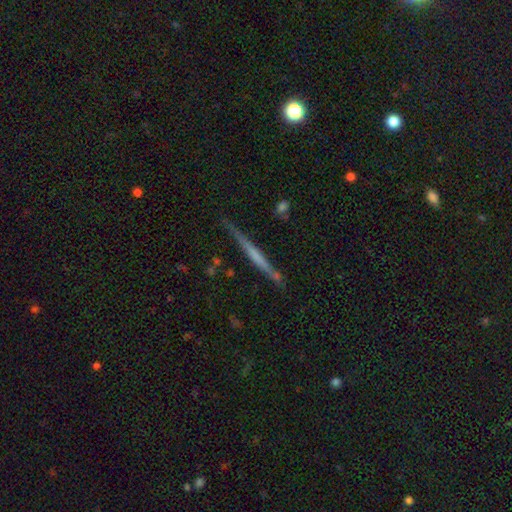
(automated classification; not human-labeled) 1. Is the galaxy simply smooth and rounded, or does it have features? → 59% featured or disk, 35% smooth, 6% star or artifact.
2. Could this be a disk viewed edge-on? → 97% yes, 3% no.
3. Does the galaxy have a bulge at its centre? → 71% none, 16% rounded, 13% boxy.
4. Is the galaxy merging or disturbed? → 82% none, 12% minor disturbance, 3% merger, 2% major disturbance.